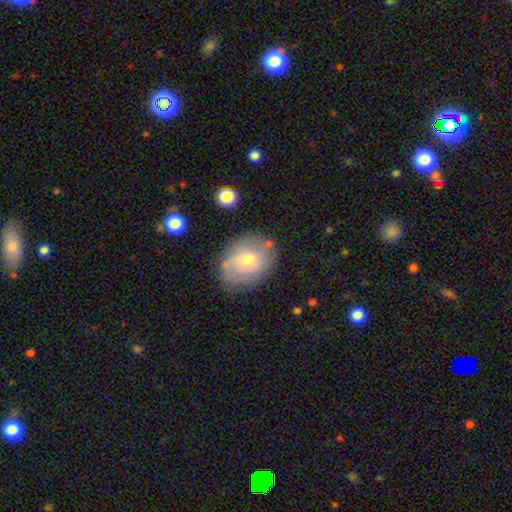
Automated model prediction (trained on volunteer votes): The model was most divided on "how rounded": in between: 58%, round: 41%, cigar-shaped: 1%. More confident: merging — none (74%); smooth or featured — smooth (66%).